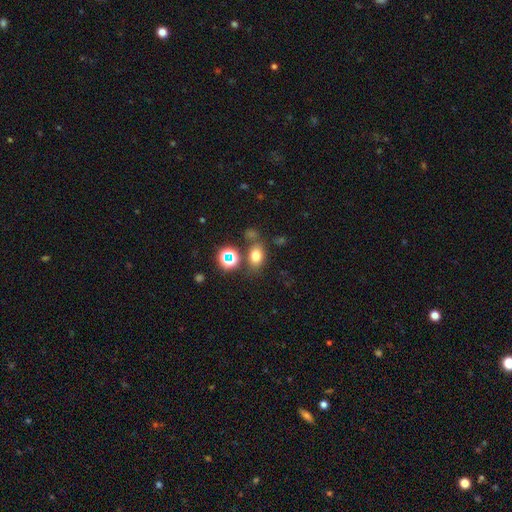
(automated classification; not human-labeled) Smooth or featured? smooth (72%)
How rounded? in between (67%)
Merging? none (70%)